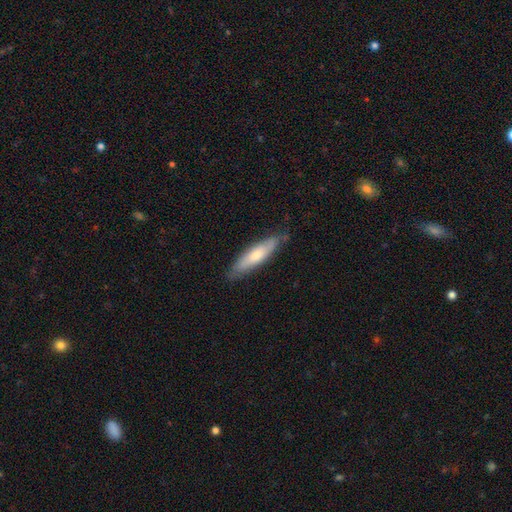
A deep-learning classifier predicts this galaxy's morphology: smooth_or_featured: smooth (p=0.62) [alt: featured or disk p=0.32]
how_rounded: cigar-shaped (p=0.73) [alt: in between p=0.26]
merging: none (p=0.80) [alt: minor disturbance p=0.17]